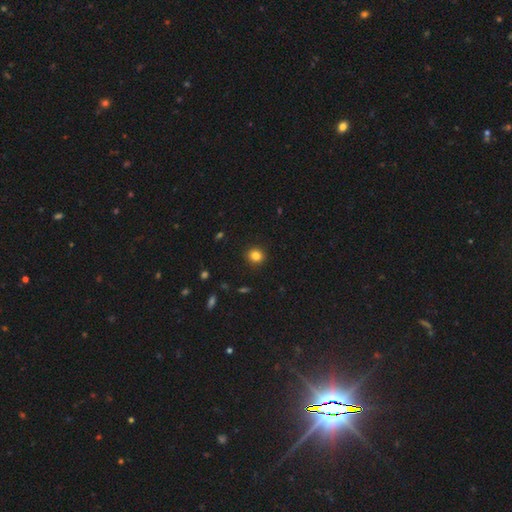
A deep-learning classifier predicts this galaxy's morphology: smooth-or-featured: smooth: 83% | star or artifact: 12% | featured or disk: 6%
  how-rounded: round: 83% | in between: 16% | cigar-shaped: 1%
  merging: none: 91% | minor disturbance: 6% | major disturbance: 2% | merger: 1%